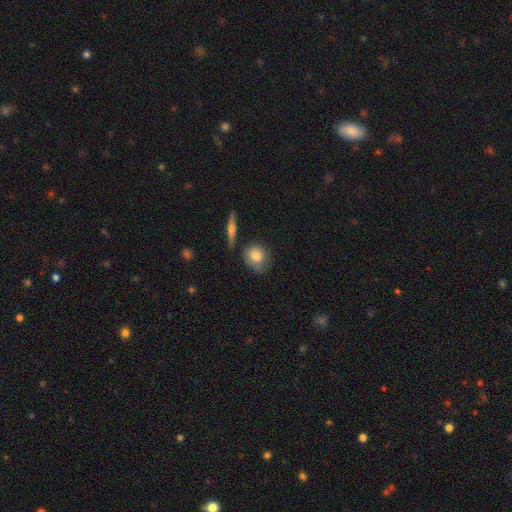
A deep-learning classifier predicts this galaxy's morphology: Overall: smooth (75%). How rounded: round (69%). Merging: none (64%).